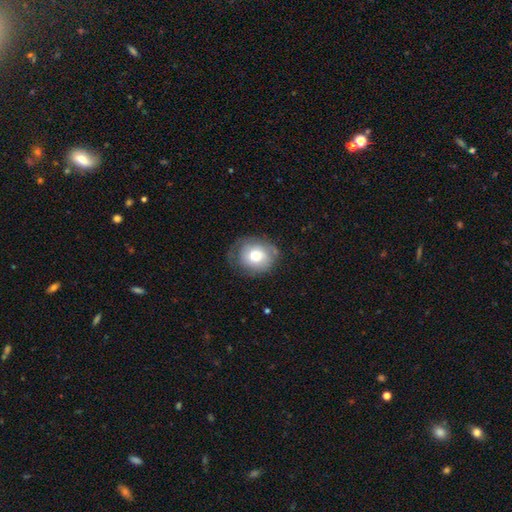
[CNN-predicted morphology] Smooth or featured? smooth (60%)
How rounded? round (71%)
Merging? none (61%)